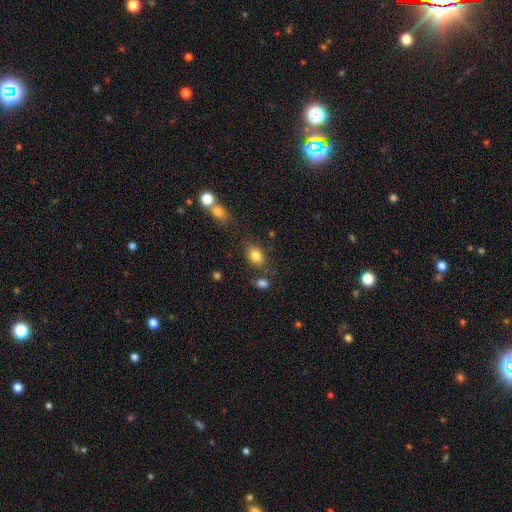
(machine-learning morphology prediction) This appears to be a smooth galaxy with no disk features (83%) that is in between round and cigar-shaped (74%). Merging: none (71%).